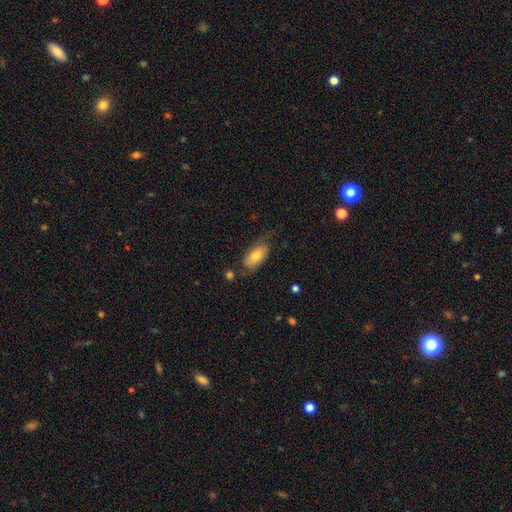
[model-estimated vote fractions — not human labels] smooth 71%, featured or disk 22%, star or artifact 7%. Down the decision tree: how rounded — in between (89%); merging — none (62%).